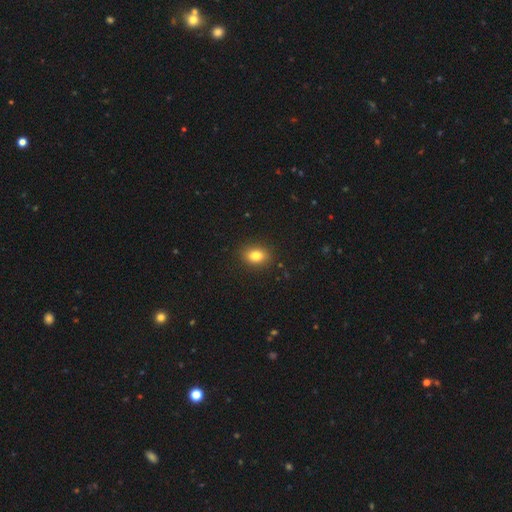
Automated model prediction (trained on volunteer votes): The model was most divided on "how rounded": in between: 70%, round: 28%, cigar-shaped: 1%. More confident: merging — none (88%); smooth or featured — smooth (83%).